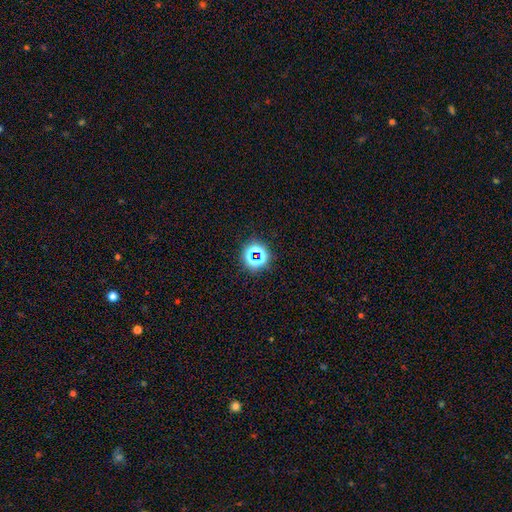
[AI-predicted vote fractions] Overall: star or artifact (64%; smooth 26%).